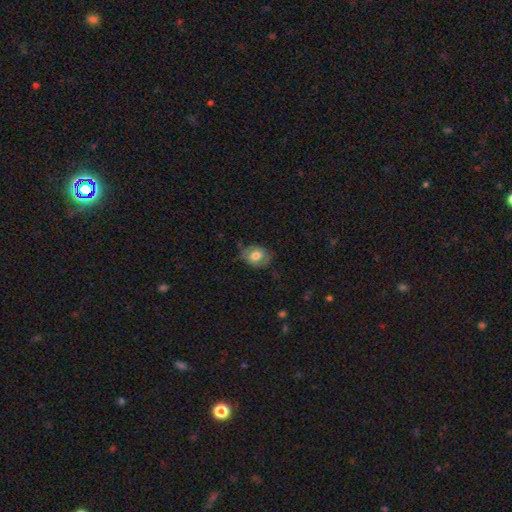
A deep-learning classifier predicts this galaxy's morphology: The model was most divided on "how rounded": in between: 59%, round: 40%, cigar-shaped: 1%. More confident: smooth or featured — smooth (67%); merging — none (62%).